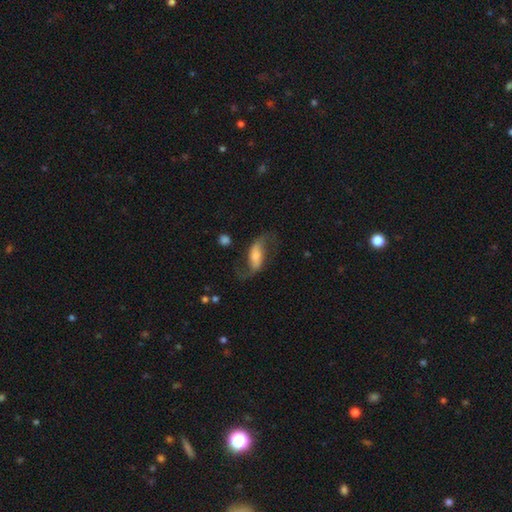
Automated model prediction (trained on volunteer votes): Q: Smooth or featured?
A: featured or disk (75%); runner-up: smooth (19%)
Q: Edge-on disk?
A: no (92%); runner-up: yes (8%)
Q: Bar?
A: weak (37%); runner-up: strong (35%)
Q: Spiral arms?
A: yes (92%); runner-up: no (8%)
Q: Spiral winding?
A: loose (79%); runner-up: medium (17%)
Q: Spiral arm count?
A: 2 (92%); runner-up: 1 (3%)
Q: Bulge size?
A: moderate (44%); runner-up: small (32%)
Q: Merging?
A: none (66%); runner-up: minor disturbance (17%)